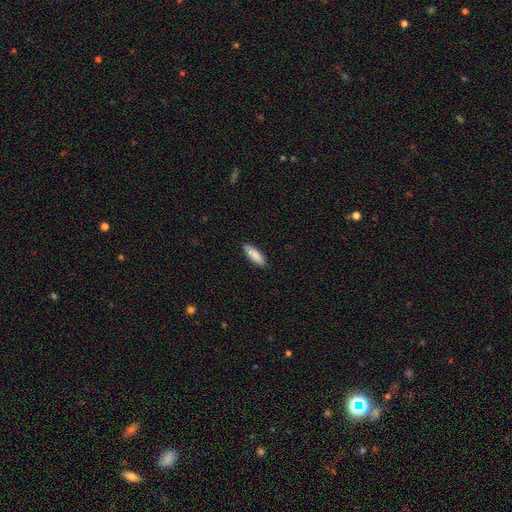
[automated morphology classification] Smooth or featured? Predicted: smooth (p=0.84). How rounded? Predicted: in between (p=0.57). Merging? Predicted: none (p=0.82).